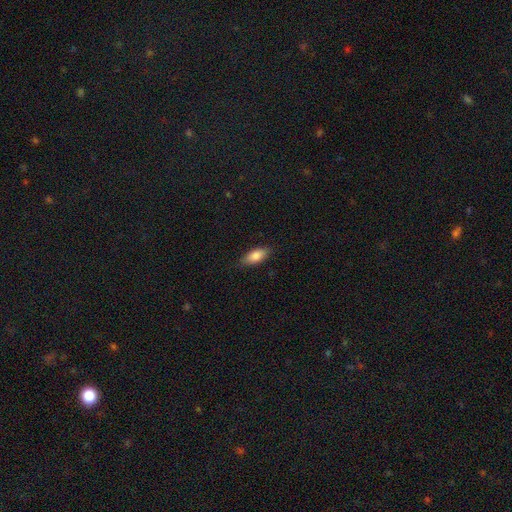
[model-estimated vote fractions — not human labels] smooth-or-featured: smooth: 82% | featured or disk: 11% | star or artifact: 7%
  how-rounded: in between: 83% | cigar-shaped: 15% | round: 3%
  merging: none: 85% | minor disturbance: 12% | major disturbance: 2% | merger: 1%